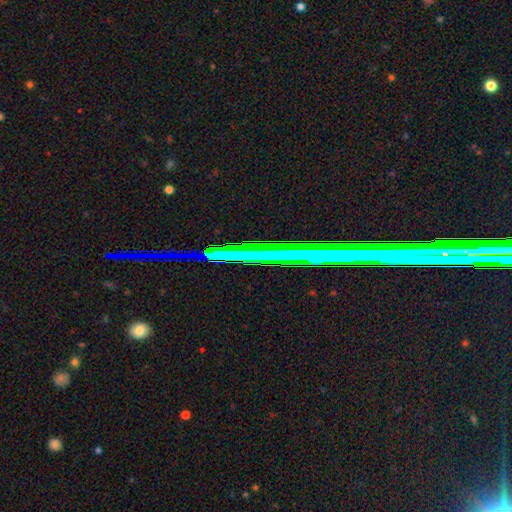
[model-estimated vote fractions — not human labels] A star or artifact, not a galaxy (71%).